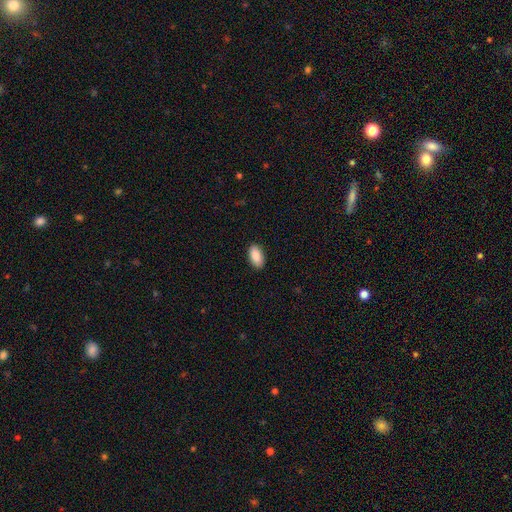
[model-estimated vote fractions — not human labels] Smooth or featured: smooth — 90% (star or artifact — 6%)
How rounded: in between — 94% (cigar-shaped — 3%)
Merging: none — 89% (minor disturbance — 8%)